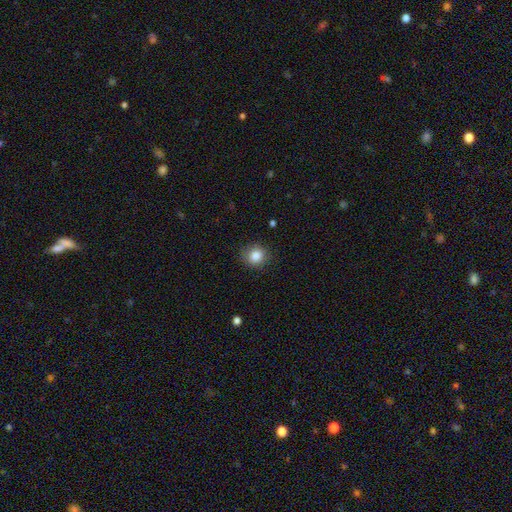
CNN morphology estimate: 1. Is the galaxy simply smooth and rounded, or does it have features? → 85% smooth, 10% star or artifact, 5% featured or disk.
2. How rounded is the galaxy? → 88% round, 11% in between, 1% cigar-shaped.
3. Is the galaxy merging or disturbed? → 86% none, 10% minor disturbance, 3% major disturbance, 1% merger.